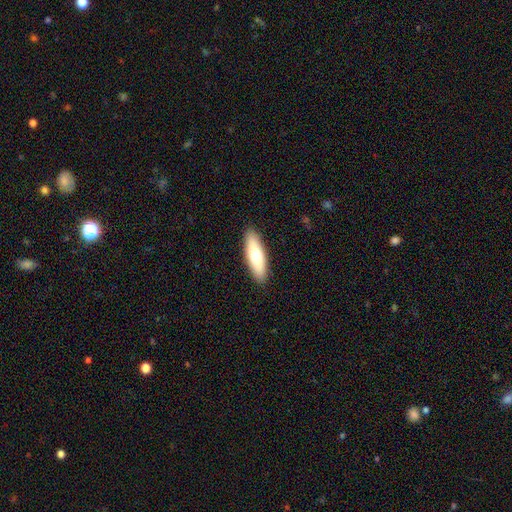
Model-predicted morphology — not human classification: smooth-or-featured: smooth: 66% | featured or disk: 28% | star or artifact: 6%
  how-rounded: in between: 52% | cigar-shaped: 46% | round: 2%
  merging: none: 90% | minor disturbance: 8% | major disturbance: 2% | merger: 1%